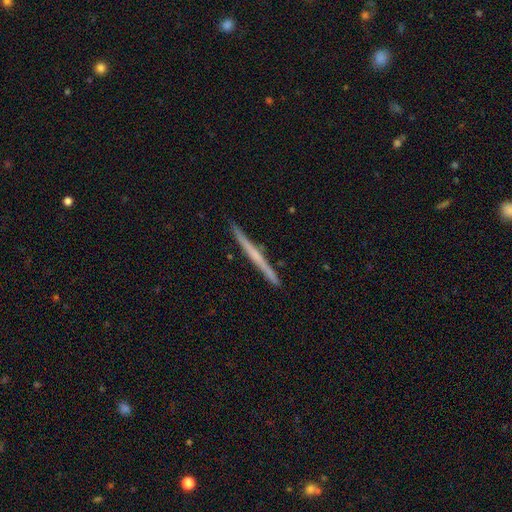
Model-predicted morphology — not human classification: The model was most divided on "edge-on bulge": none: 63%, rounded: 29%, boxy: 8%. More confident: edge-on disk — yes (98%); merging — none (91%); smooth or featured — featured or disk (66%).